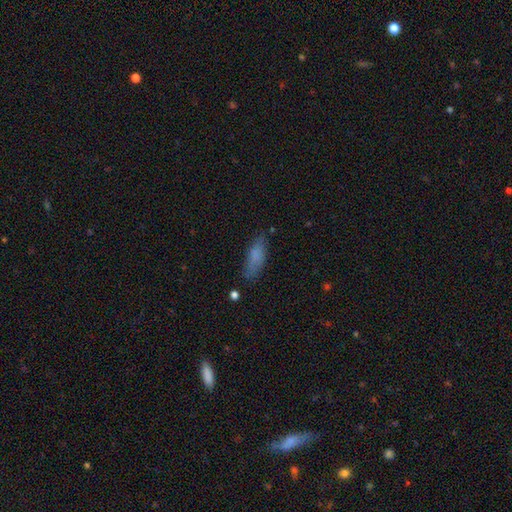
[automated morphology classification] smooth-or-featured: smooth: 76% | featured or disk: 16% | star or artifact: 8%
  how-rounded: in between: 52% | cigar-shaped: 46% | round: 2%
  merging: none: 73% | minor disturbance: 20% | major disturbance: 5% | merger: 2%